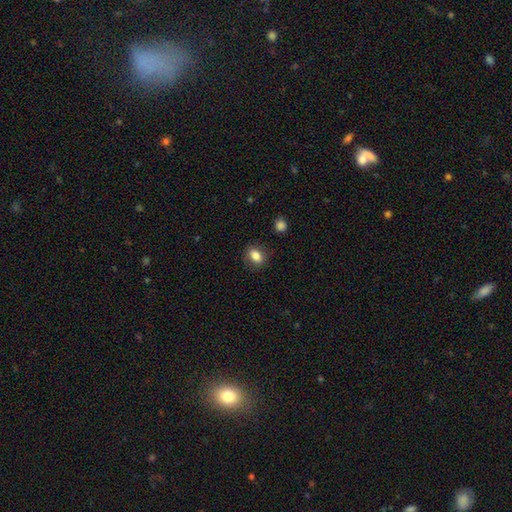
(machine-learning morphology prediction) Smooth or featured?
  - smooth: 84% *
  - star or artifact: 9%
  - featured or disk: 7%
How rounded?
  - in between: 69% *
  - round: 29%
  - cigar-shaped: 2%
Merging?
  - none: 82% *
  - minor disturbance: 13%
  - major disturbance: 3%
  - merger: 1%